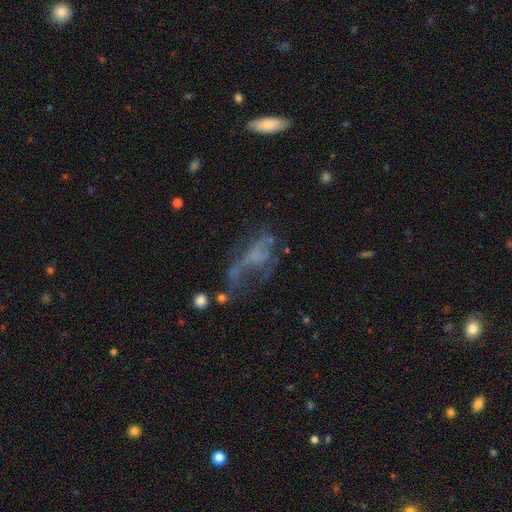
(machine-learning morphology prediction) Q: Smooth or featured?
A: featured or disk (50%); runner-up: smooth (28%)
Q: Merging?
A: major disturbance (47%); runner-up: none (27%)